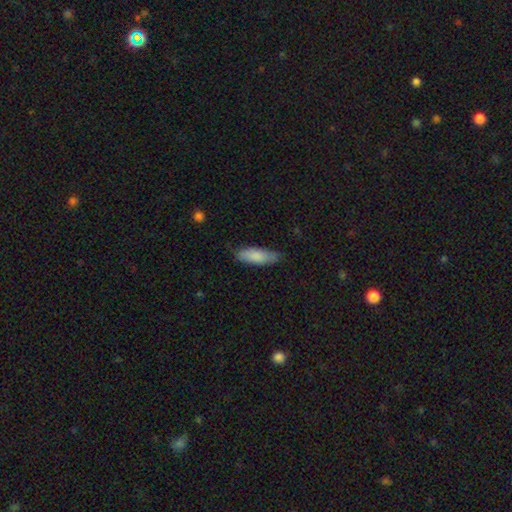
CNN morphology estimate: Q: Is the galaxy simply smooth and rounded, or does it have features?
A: smooth — 84%.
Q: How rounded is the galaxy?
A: in between — 58%.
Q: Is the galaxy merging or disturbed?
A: none — 78%.